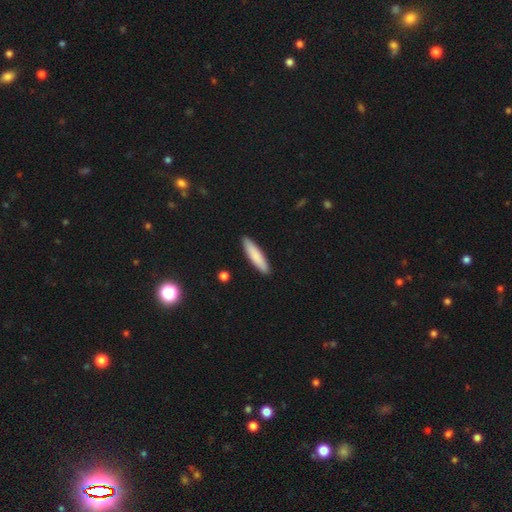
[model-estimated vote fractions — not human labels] smooth_or_featured: smooth (p=0.84) [alt: featured or disk p=0.11]
how_rounded: cigar-shaped (p=0.81) [alt: in between p=0.18]
merging: none (p=0.91) [alt: minor disturbance p=0.06]